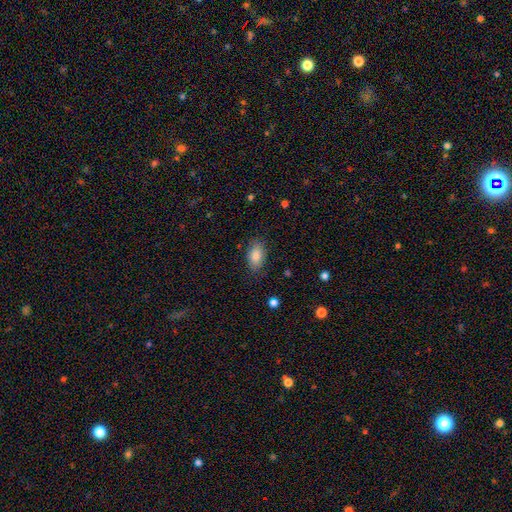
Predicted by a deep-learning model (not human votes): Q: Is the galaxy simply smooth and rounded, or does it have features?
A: smooth — 85%.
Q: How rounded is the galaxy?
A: in between — 91%.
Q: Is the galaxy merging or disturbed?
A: none — 83%.